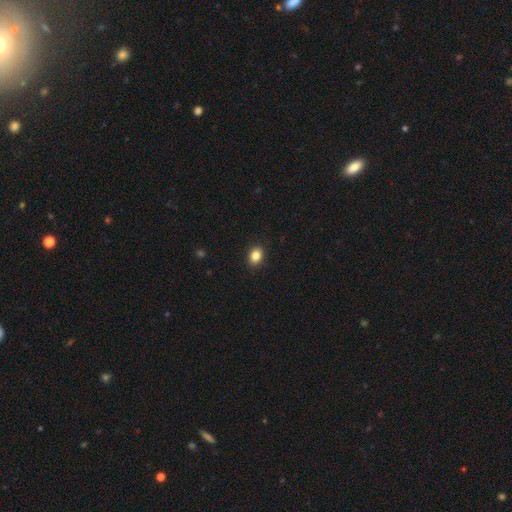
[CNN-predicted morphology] Q: Smooth or featured?
A: smooth (86%); runner-up: star or artifact (9%)
Q: How rounded?
A: in between (61%); runner-up: round (38%)
Q: Merging?
A: none (91%); runner-up: minor disturbance (7%)